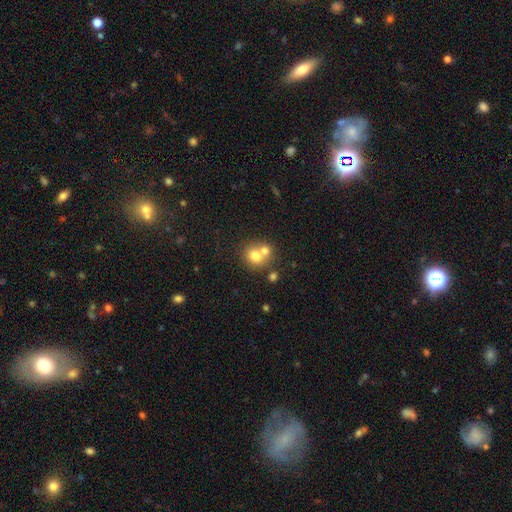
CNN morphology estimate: This appears to be a smooth galaxy with no disk features (72%) that is round (76%). Merging: merger (52%).